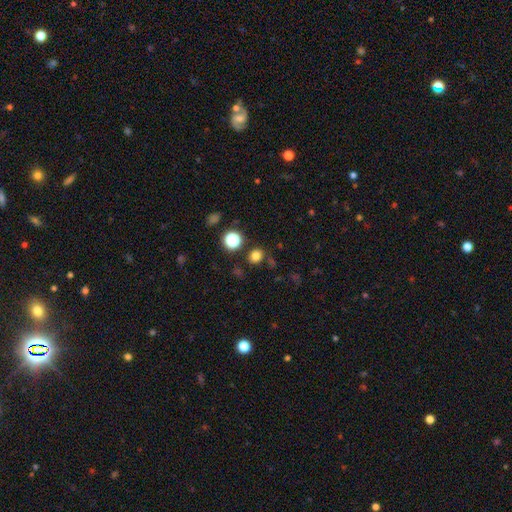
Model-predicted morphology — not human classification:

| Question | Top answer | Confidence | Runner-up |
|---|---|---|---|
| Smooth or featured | smooth | 78% | star or artifact (17%) |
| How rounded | round | 79% | in between (20%) |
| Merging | none | 84% | minor disturbance (8%) |